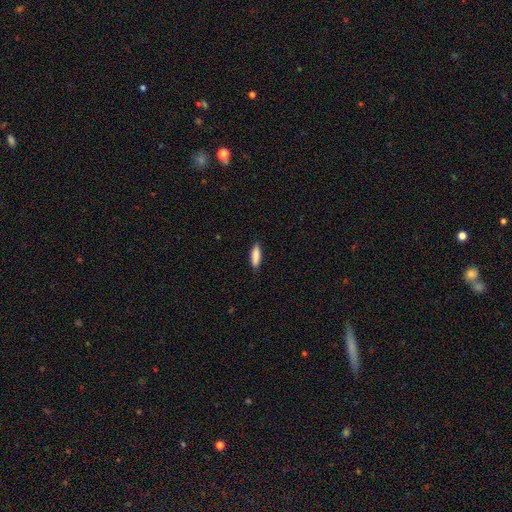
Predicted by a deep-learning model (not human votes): smooth 88%, featured or disk 6%, star or artifact 6%. Down the decision tree: how rounded — cigar-shaped (57%); merging — none (88%).